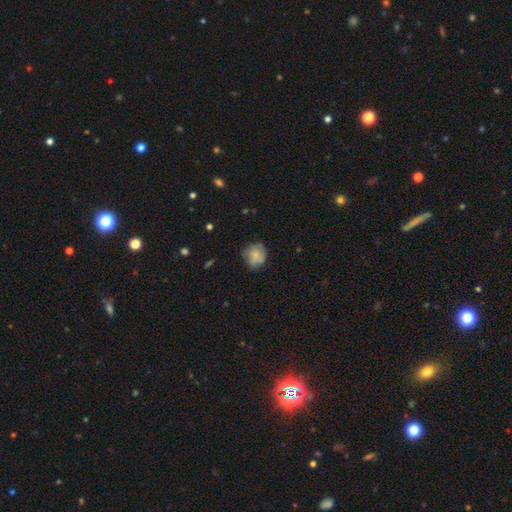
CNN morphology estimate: Smooth or featured: smooth — 70% (featured or disk — 21%)
How rounded: round — 79% (in between — 20%)
Merging: none — 66% (minor disturbance — 25%)